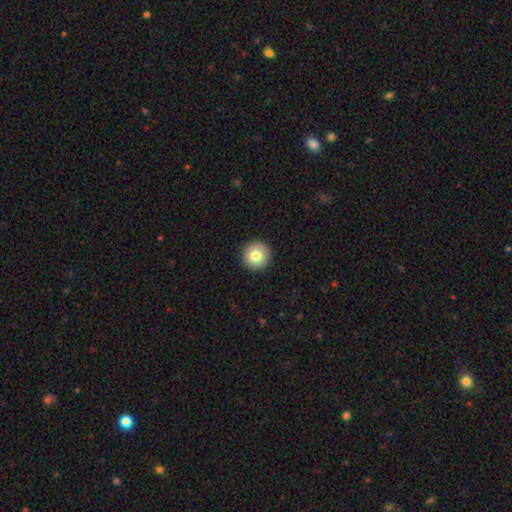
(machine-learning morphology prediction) A smooth galaxy with no disk features (79%) that is round (96%). Merging: none (93%).